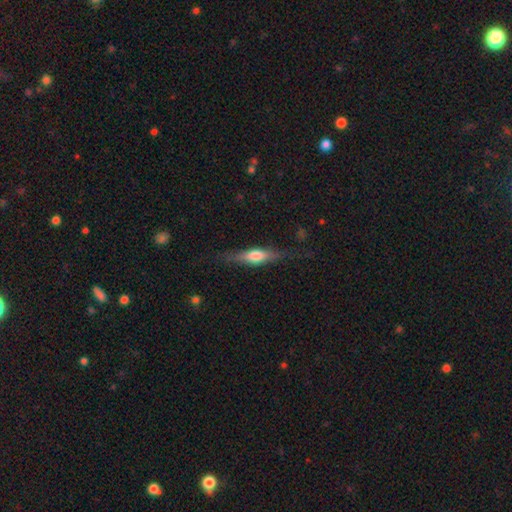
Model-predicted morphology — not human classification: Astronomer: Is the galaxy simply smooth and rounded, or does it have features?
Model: featured or disk — 48% (runner-up: smooth, 46%).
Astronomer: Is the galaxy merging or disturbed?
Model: none — 76%.